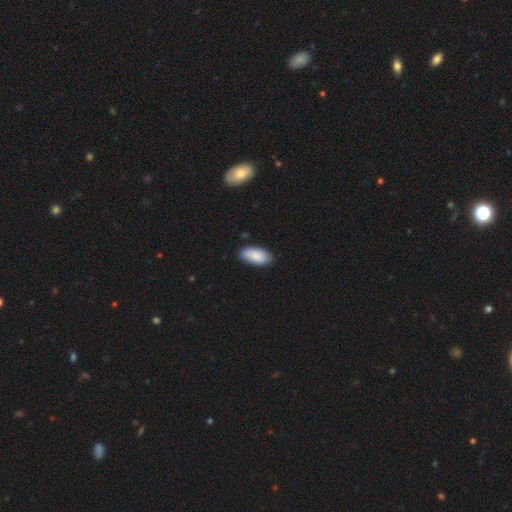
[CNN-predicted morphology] smooth_or_featured: smooth (p=0.86) [alt: featured or disk p=0.07]
how_rounded: in between (p=0.94) [alt: cigar-shaped p=0.04]
merging: none (p=0.85) [alt: minor disturbance p=0.12]